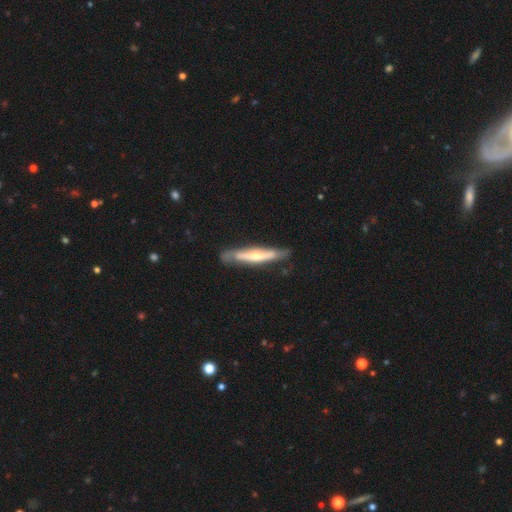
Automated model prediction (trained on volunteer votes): Morphology: type=featured or disk (62%); edge-on=yes (77%); merging=none (73%).